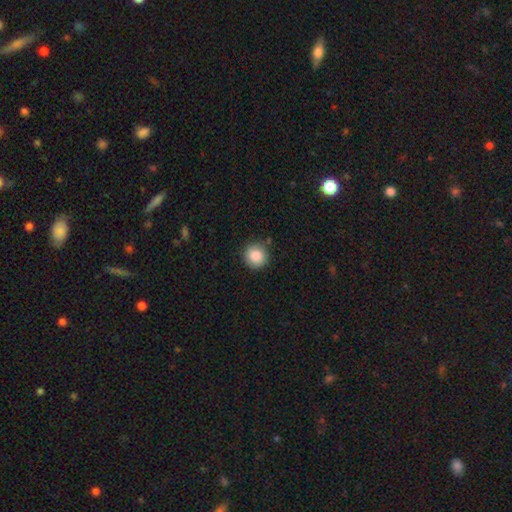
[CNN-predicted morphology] Q: Smooth or featured?
A: smooth (87%); runner-up: star or artifact (9%)
Q: How rounded?
A: round (93%); runner-up: in between (6%)
Q: Merging?
A: none (87%); runner-up: minor disturbance (9%)